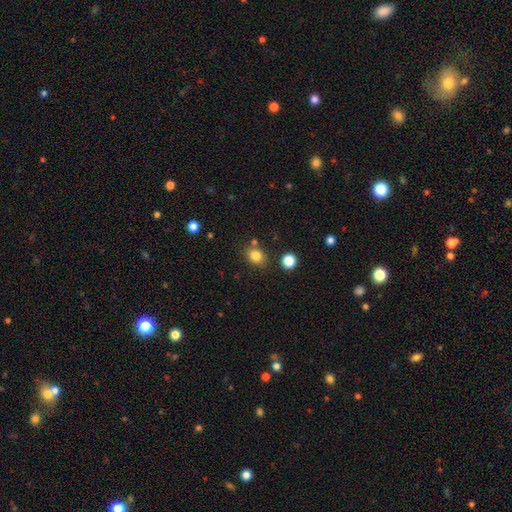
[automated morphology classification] smooth 82%, star or artifact 12%, featured or disk 6%. Down the decision tree: how rounded — round (58%); merging — none (78%).